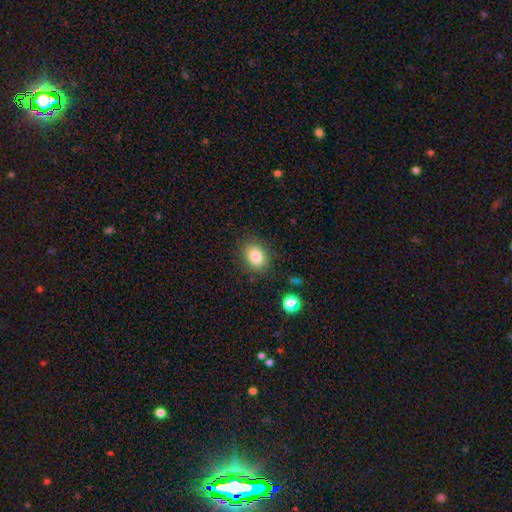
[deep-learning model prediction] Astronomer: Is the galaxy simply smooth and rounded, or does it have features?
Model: smooth — 84%.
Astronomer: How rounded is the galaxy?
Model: in between — 66%.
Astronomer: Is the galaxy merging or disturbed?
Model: none — 84%.